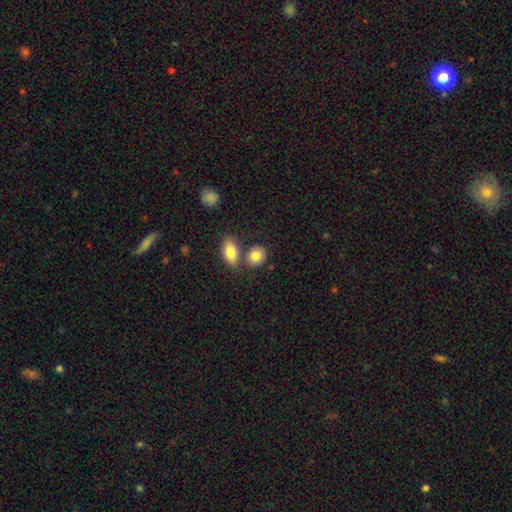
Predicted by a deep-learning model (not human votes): smooth-or-featured: smooth: 84% | featured or disk: 8% | star or artifact: 8%
  how-rounded: round: 52% | in between: 46% | cigar-shaped: 2%
  merging: none: 62% | merger: 24% | minor disturbance: 11% | major disturbance: 3%